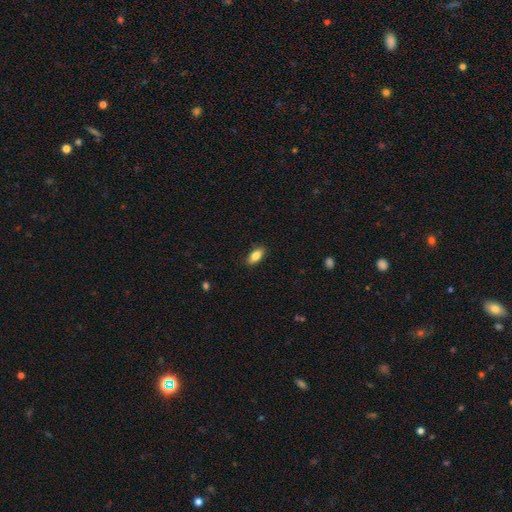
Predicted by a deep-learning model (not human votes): Morphology: type=smooth (81%); roundness=in between (86%); merging=none (88%).